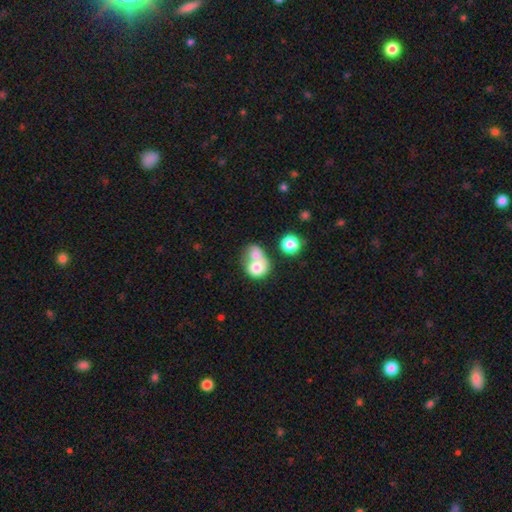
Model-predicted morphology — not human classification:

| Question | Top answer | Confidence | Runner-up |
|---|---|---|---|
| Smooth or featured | smooth | 69% | featured or disk (22%) |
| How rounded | round | 65% | in between (34%) |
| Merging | merger | 71% | none (17%) |